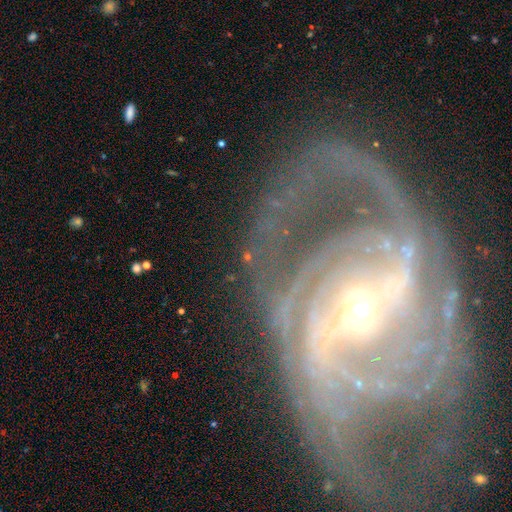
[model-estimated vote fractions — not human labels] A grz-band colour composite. It shows a featured or disk galaxy (90%) with a strong bar (46%), 2 (41%) tight (45%) spiral arms (96%) and a small central bulge (60%). Merging: none (65%).